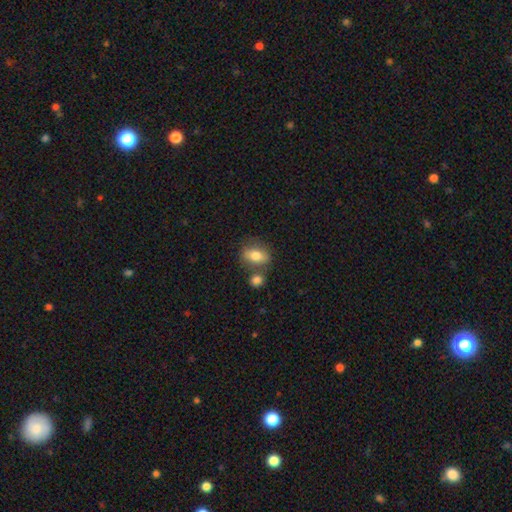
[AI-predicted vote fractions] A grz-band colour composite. It shows a smooth galaxy with no disk features (76%) that is in between round and cigar-shaped (76%). Merging: none (61%).